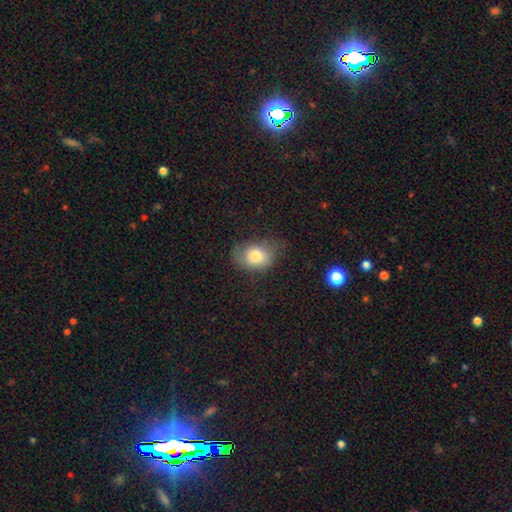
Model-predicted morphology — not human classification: Overall: smooth (77%). How rounded: in between (68%; round 31%). Merging: none (55%; minor disturbance 30%).